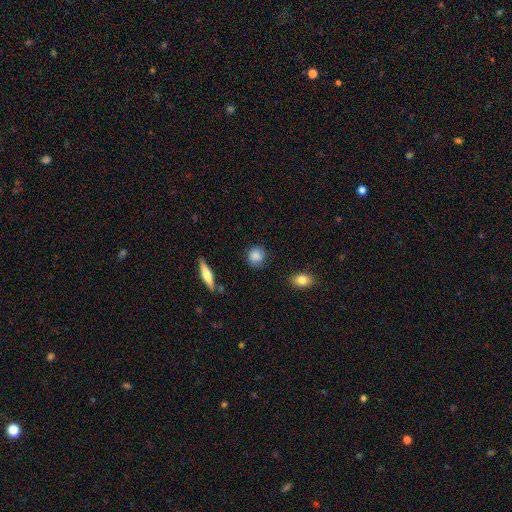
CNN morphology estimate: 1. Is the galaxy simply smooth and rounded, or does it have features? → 83% smooth, 10% featured or disk, 8% star or artifact.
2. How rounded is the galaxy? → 80% round, 18% in between, 2% cigar-shaped.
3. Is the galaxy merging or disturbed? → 80% none, 15% minor disturbance, 3% major disturbance, 2% merger.